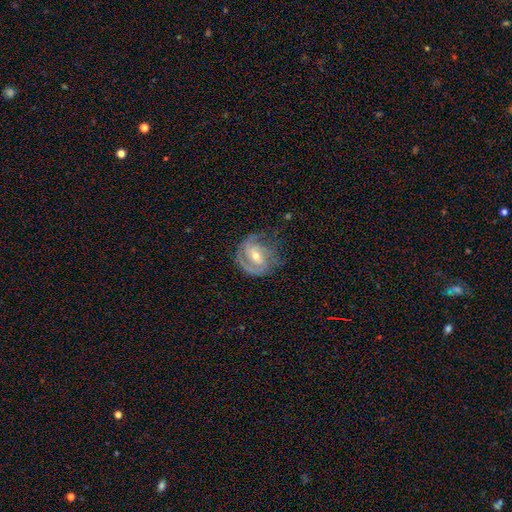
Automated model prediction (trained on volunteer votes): Overall: featured or disk (84%). Edge-on disk: no (97%). Bar: no (42%; weak 41%). Spiral arms: yes (93%). Spiral arm count: 2 (46%; can't tell 20%). Spiral winding: tight (56%; medium 34%). Bulge size: moderate (60%; small 36%). Merging: none (62%; minor disturbance 23%).